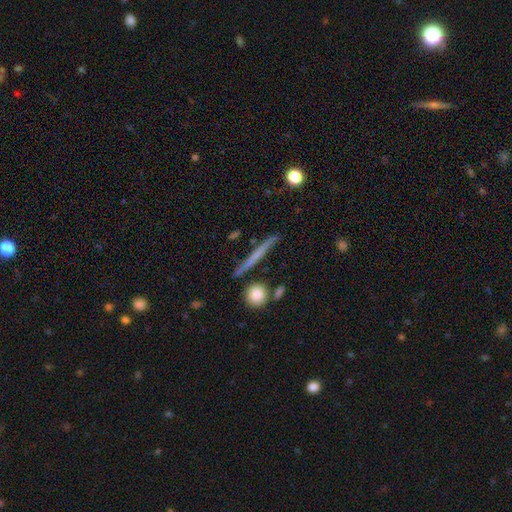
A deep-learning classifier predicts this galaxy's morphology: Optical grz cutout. It shows a featured or disk galaxy (49%). Merging: none (86%).